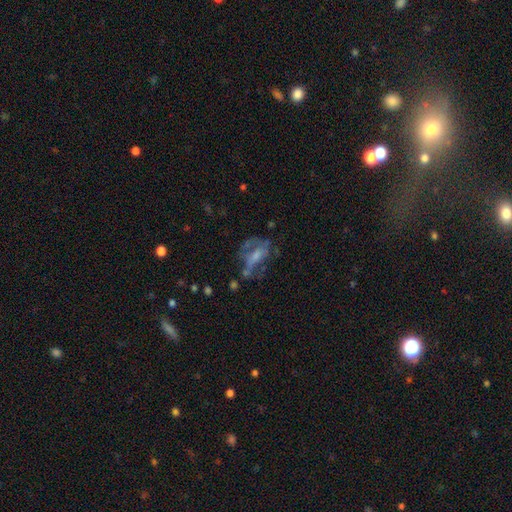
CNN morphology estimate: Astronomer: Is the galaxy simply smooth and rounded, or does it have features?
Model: featured or disk — 52% (runner-up: smooth, 36%).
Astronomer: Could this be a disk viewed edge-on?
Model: no — 94%.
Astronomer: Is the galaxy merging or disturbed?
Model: major disturbance — 36% (runner-up: none, 33%).